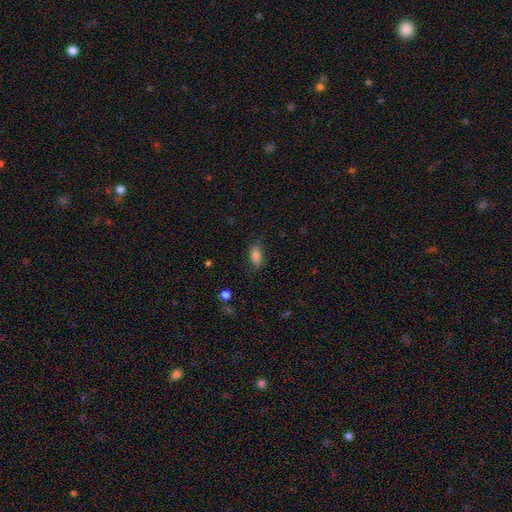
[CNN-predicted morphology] A smooth galaxy with no disk features (84%) that is in between round and cigar-shaped (88%). Merging: none (78%).